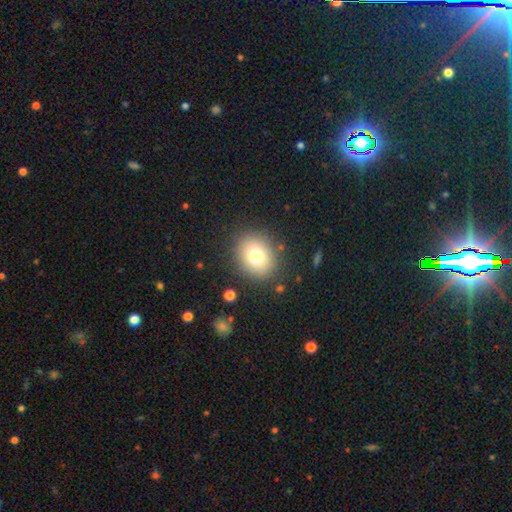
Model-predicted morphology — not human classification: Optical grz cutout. It shows a smooth galaxy with no disk features (75%) that is round (68%). Merging: none (86%).